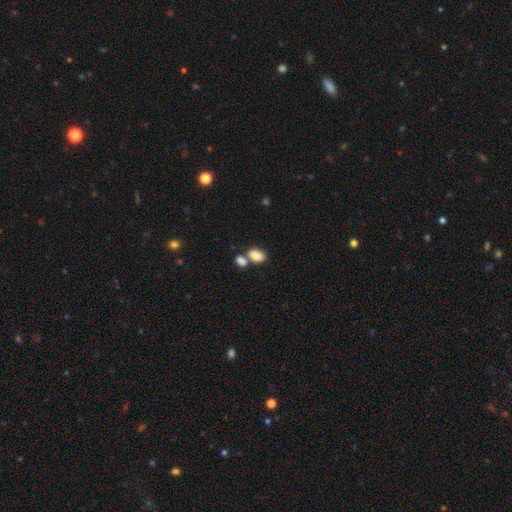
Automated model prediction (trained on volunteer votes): smooth_or_featured: smooth (p=0.85) [alt: star or artifact p=0.08]
how_rounded: in between (p=0.87) [alt: round p=0.11]
merging: merger (p=0.46) [alt: none p=0.40]